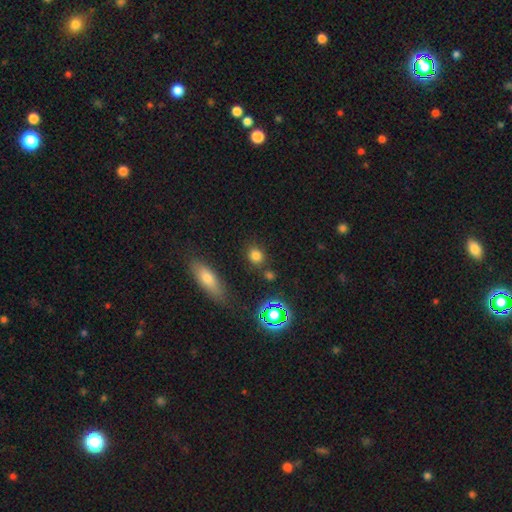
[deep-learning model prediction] smooth_or_featured: smooth (p=0.77) [alt: star or artifact p=0.16]
how_rounded: round (p=0.71) [alt: in between p=0.27]
merging: none (p=0.82) [alt: minor disturbance p=0.09]